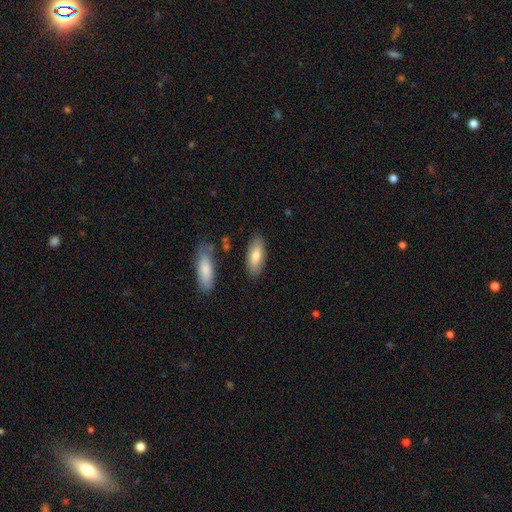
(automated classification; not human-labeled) Smooth or featured? smooth (74%)
How rounded? in between (80%)
Merging? none (82%)